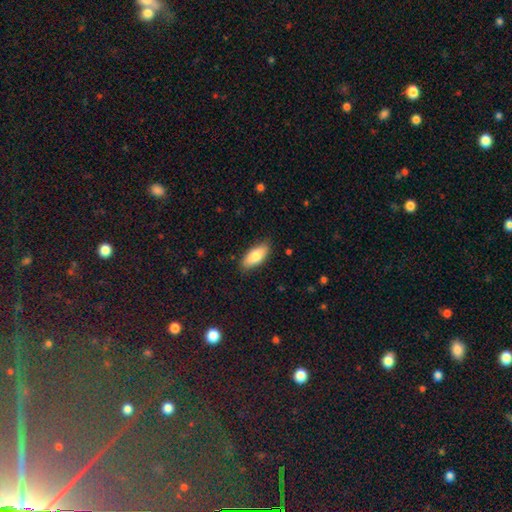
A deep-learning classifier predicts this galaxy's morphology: type=smooth (80%); roundness=in between (82%); merging=none (86%).